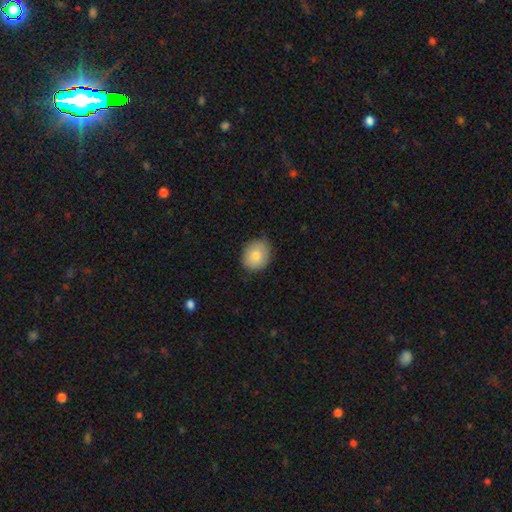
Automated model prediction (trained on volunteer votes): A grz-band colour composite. It shows a smooth galaxy with no disk features (81%) that is round (62%). Merging: none (80%).